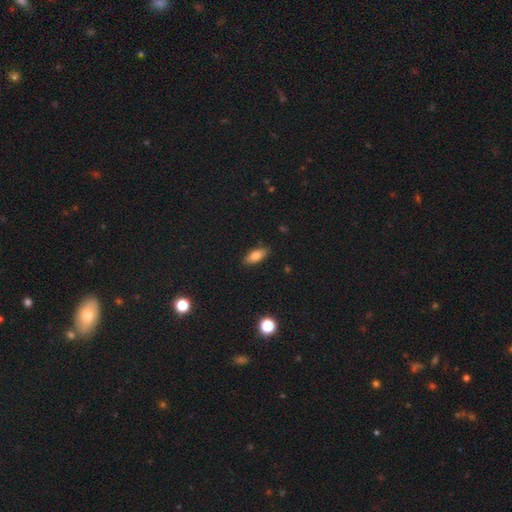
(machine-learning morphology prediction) type=smooth (75%); roundness=in between (77%); merging=none (87%).